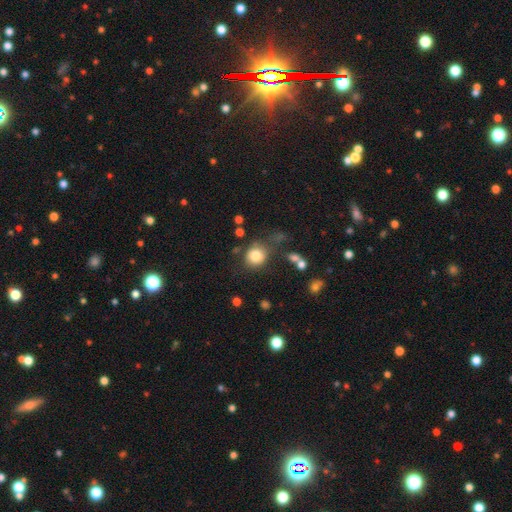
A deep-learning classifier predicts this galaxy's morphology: Q: Smooth or featured?
A: smooth (81%); runner-up: star or artifact (10%)
Q: How rounded?
A: round (81%); runner-up: in between (18%)
Q: Merging?
A: none (64%); runner-up: minor disturbance (19%)